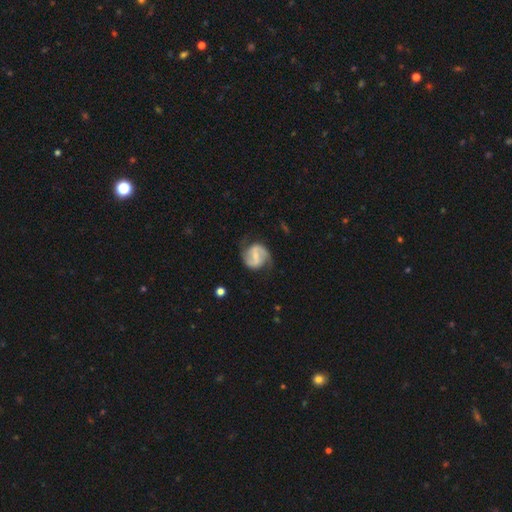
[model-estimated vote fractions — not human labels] Overall: featured or disk (80%). Edge-on disk: no (98%). Bar: strong (43%, tied with weak). Spiral arms: yes (93%). Spiral arm count: 2 (89%). Spiral winding: medium (48%; loose 27%). Bulge size: small (52%; moderate 26%). Merging: none (72%).